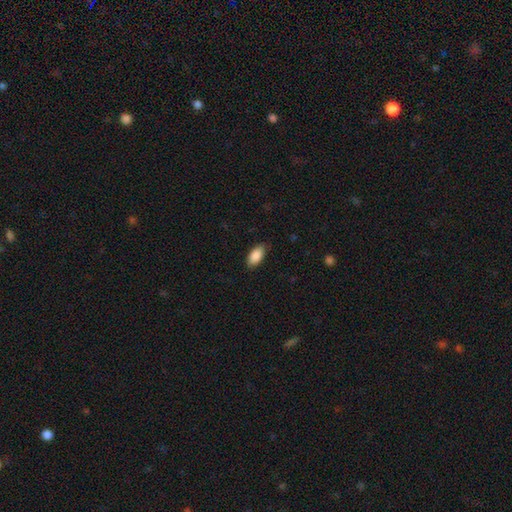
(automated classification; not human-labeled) This is clearly a smooth galaxy (89%). How rounded: clearly in between (93%). Merging: clearly none (83%).